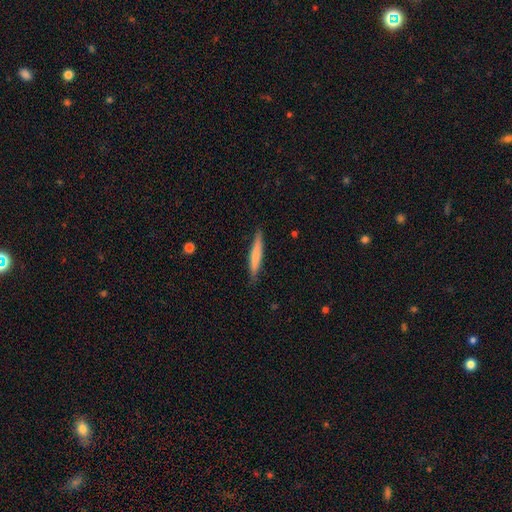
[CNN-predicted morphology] This appears to be a smooth galaxy with no disk features (68%) that is cigar-shaped (95%). Merging: none (88%).